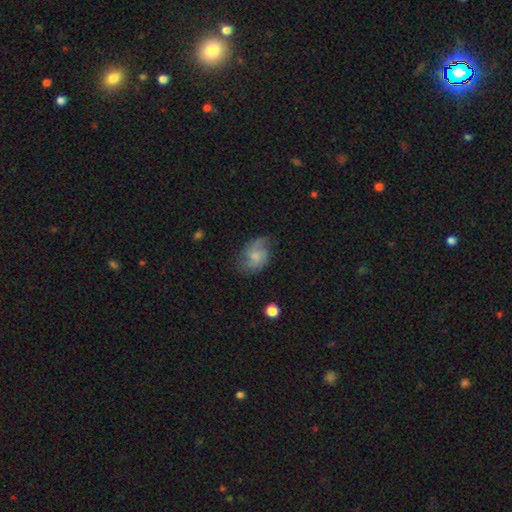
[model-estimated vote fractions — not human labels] Morphology: type=featured or disk (54%); edge-on=no (97%); bar=no (61%); spiral arms=yes (86%); bulge=small (43%); merging=none (61%).